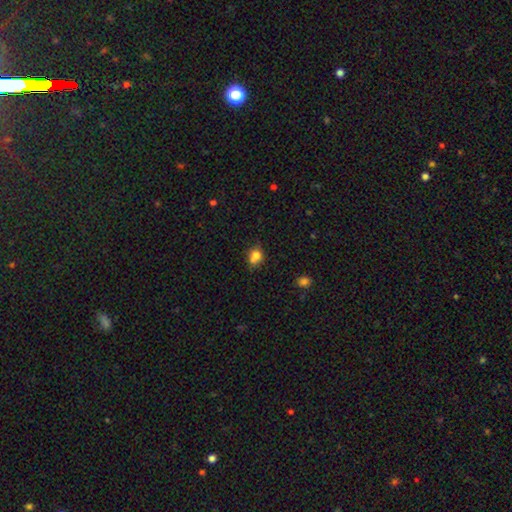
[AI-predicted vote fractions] A smooth galaxy with no disk features (76%) that is round (52%).

Vote fractions:
- Smooth or featured? smooth: 76% / star or artifact: 13% / featured or disk: 11%
- How rounded? round: 52% / in between: 46% / cigar-shaped: 2%
- Merging? none: 46% / merger: 25% / minor disturbance: 22% / major disturbance: 7%